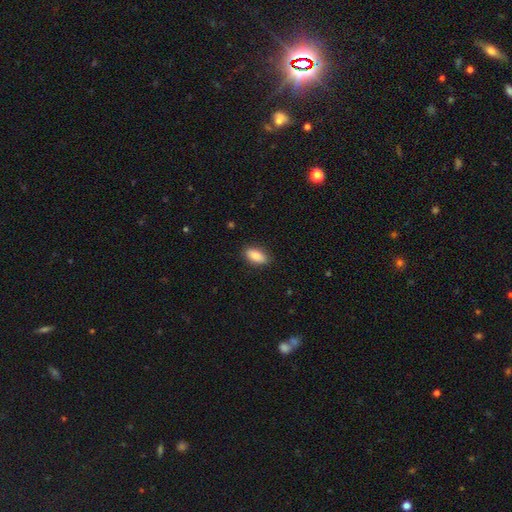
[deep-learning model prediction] smooth-or-featured: smooth: 86% | featured or disk: 7% | star or artifact: 7%
  how-rounded: in between: 88% | cigar-shaped: 9% | round: 3%
  merging: none: 87% | minor disturbance: 10% | major disturbance: 2% | merger: 1%